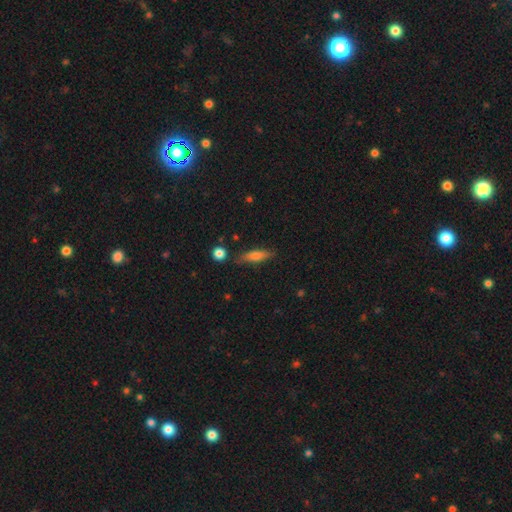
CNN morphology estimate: Overall: smooth (59%; featured or disk 33%). How rounded: cigar-shaped (67%; in between 30%). Merging: none (81%).